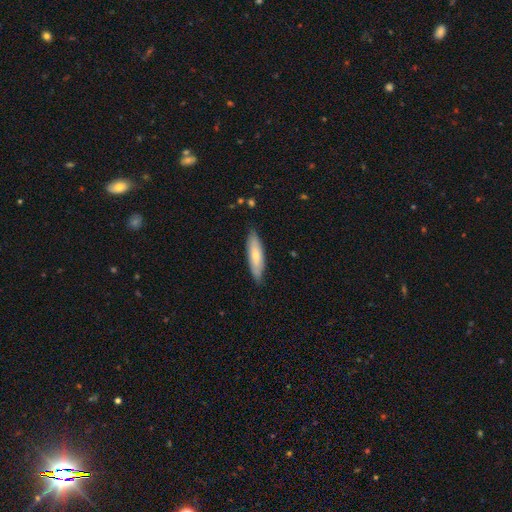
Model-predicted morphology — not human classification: This appears to be a smooth galaxy with no disk features (64%) that is cigar-shaped (59%). Merging: none (82%).